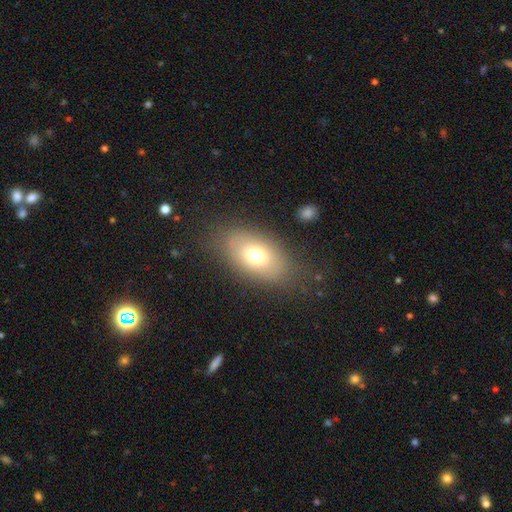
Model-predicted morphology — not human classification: This appears to be a smooth galaxy with no disk features (68%) that is in between round and cigar-shaped (85%). Merging: none (76%).